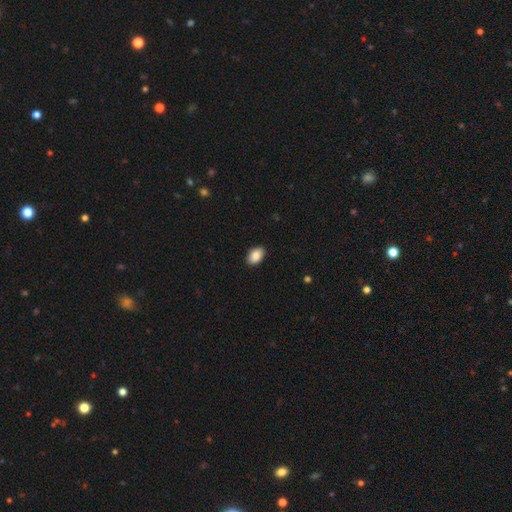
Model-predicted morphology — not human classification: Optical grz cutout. It shows a smooth galaxy with no disk features (89%) that is in between round and cigar-shaped (87%). Merging: none (89%).